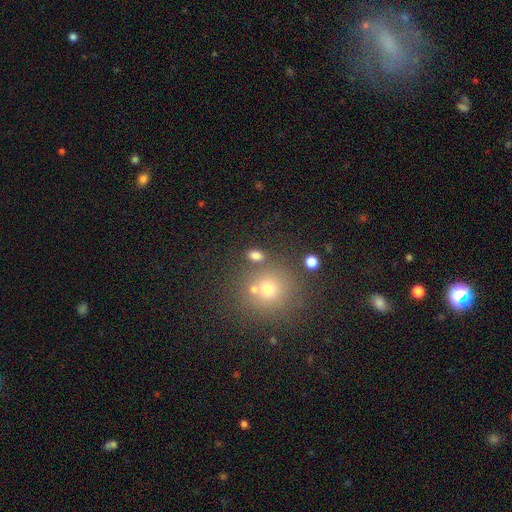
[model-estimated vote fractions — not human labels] This appears to be a smooth galaxy with no disk features (76%) that is in between round and cigar-shaped (67%). Merging: none (72%).